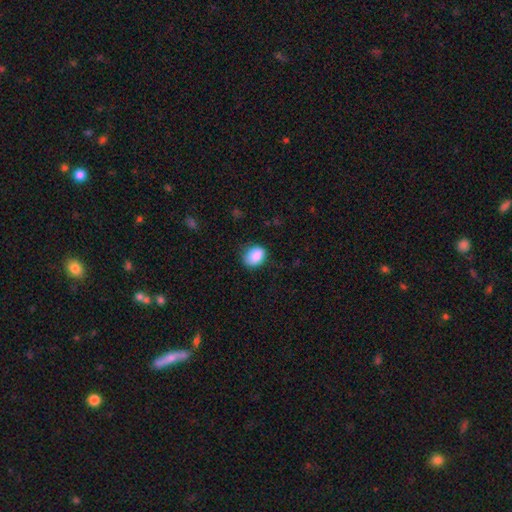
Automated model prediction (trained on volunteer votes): Q: Smooth or featured?
A: smooth (88%); runner-up: star or artifact (8%)
Q: How rounded?
A: in between (68%); runner-up: round (31%)
Q: Merging?
A: none (69%); runner-up: minor disturbance (24%)